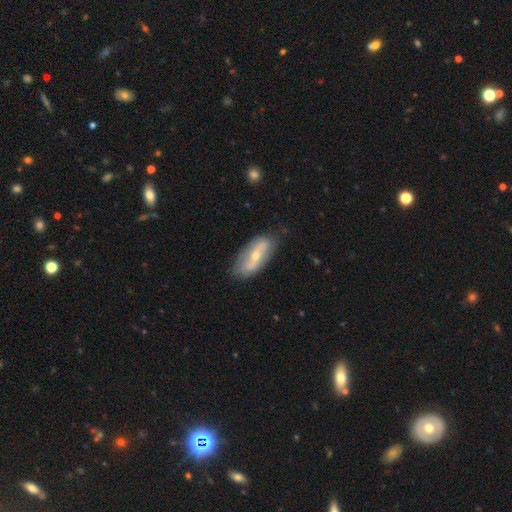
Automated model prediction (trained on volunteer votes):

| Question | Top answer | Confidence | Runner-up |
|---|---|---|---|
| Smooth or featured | featured or disk | 63% | smooth (31%) |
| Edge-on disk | no | 84% | yes (16%) |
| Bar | strong | 43% | weak (29%) |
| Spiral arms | yes | 59% | no (41%) |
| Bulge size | small | 50% | moderate (46%) |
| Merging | none | 76% | minor disturbance (18%) |